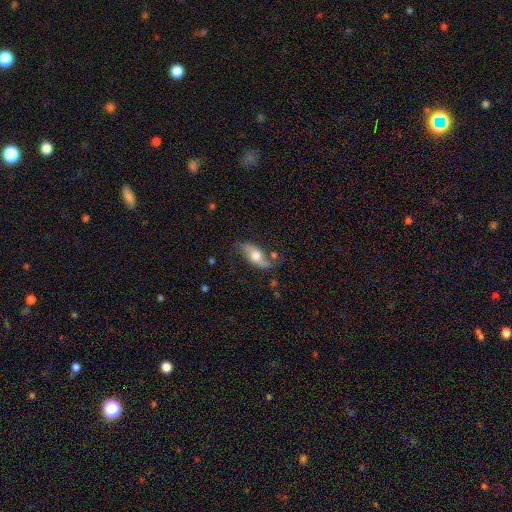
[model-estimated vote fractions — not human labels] smooth 48%, featured or disk 45%, star or artifact 7%. Down the decision tree: merging — none (63%).